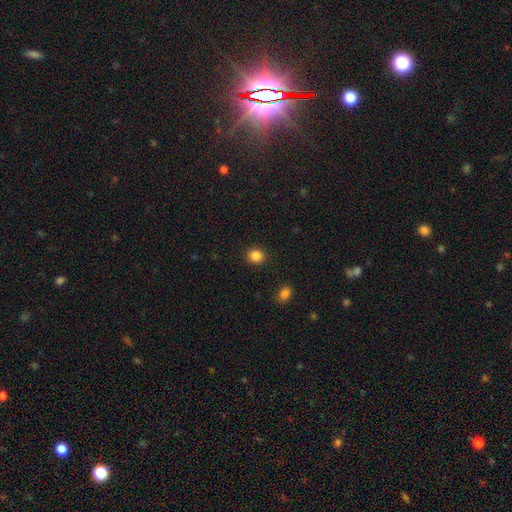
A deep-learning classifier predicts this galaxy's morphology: smooth-or-featured: smooth: 86% | star or artifact: 11% | featured or disk: 3%
  how-rounded: round: 78% | in between: 21% | cigar-shaped: 1%
  merging: none: 91% | minor disturbance: 6% | major disturbance: 2% | merger: 1%